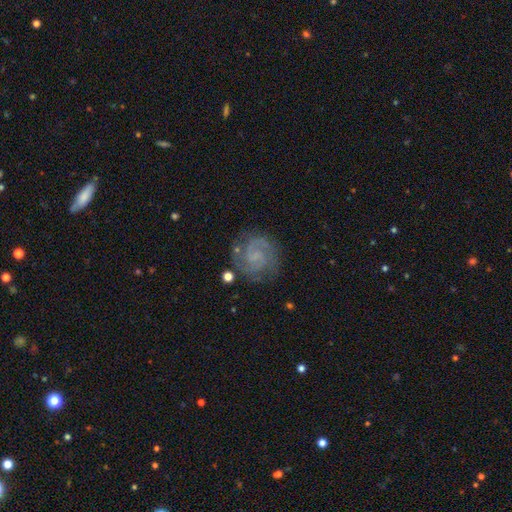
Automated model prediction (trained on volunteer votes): This appears to be a featured or disk galaxy (83%) with no bar (51%), 2 (77%) tight (51%) spiral arms (97%) and no central bulge (48%). Merging: none (79%).